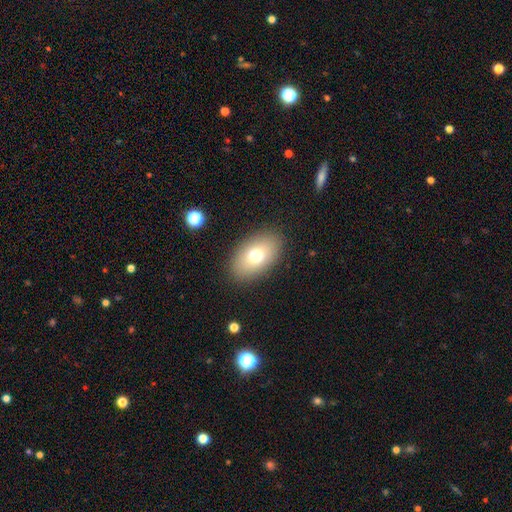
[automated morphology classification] Smooth or featured? smooth (73%)
How rounded? in between (90%)
Merging? none (87%)